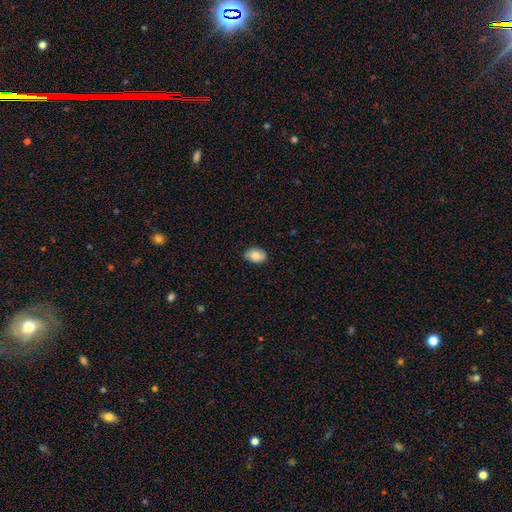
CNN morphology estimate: smooth_or_featured: smooth (p=0.82) [alt: featured or disk p=0.11]
how_rounded: in between (p=0.78) [alt: round p=0.21]
merging: none (p=0.77) [alt: minor disturbance p=0.19]